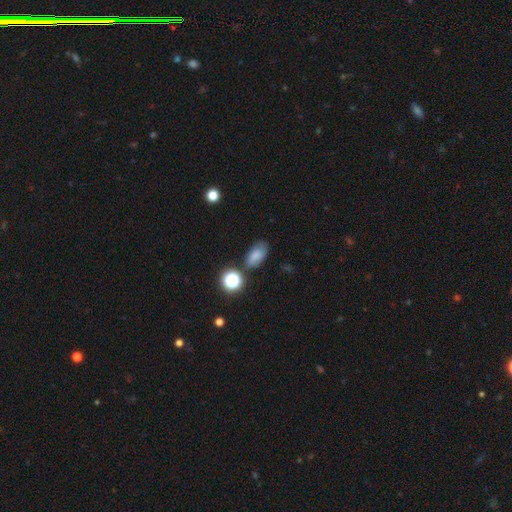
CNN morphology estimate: type=smooth (72%); roundness=in between (86%); merging=none (65%).